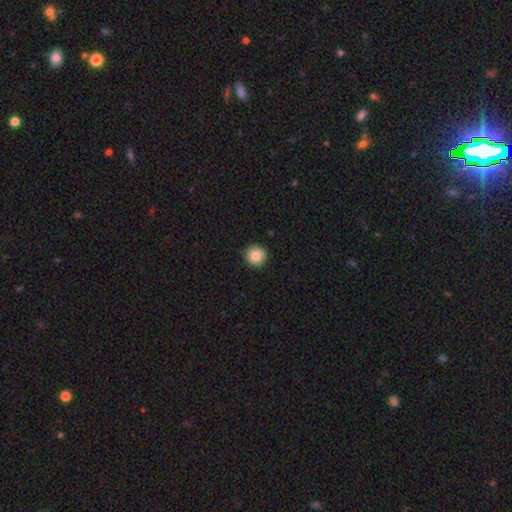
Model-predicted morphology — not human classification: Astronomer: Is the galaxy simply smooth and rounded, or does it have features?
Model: smooth — 84%.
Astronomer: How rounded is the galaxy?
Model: round — 96%.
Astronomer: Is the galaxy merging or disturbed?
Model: none — 93%.